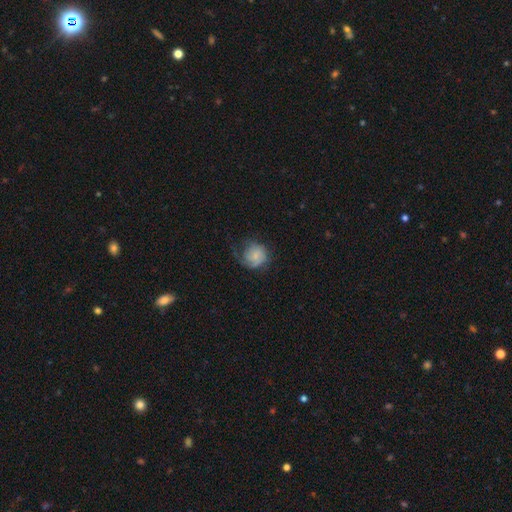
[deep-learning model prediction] This is possibly a featured or disk galaxy (51%). It is clearly not viewed edge-on (98%). Bar: likely no (72%). Spiral arm pattern: clearly yes (85%). Central bulge: possibly small (58%). Merging: possibly none (51%).